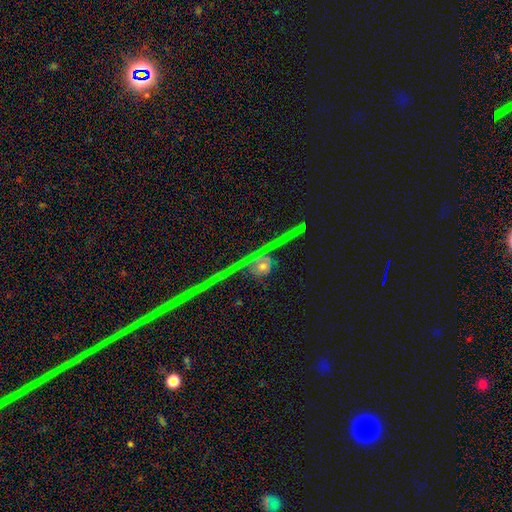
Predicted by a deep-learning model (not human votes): smooth-or-featured: star or artifact: 73% | featured or disk: 16% | smooth: 11%